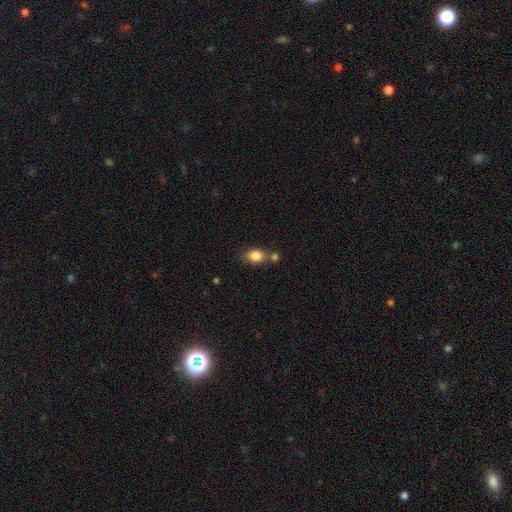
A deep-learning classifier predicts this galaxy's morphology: The model was most divided on "merging": none: 54%, merger: 27%, minor disturbance: 14%, major disturbance: 4%. More confident: smooth or featured — smooth (84%); how rounded — in between (72%).